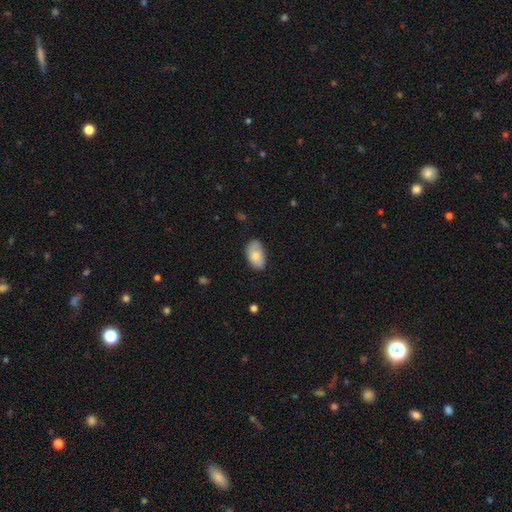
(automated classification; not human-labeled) Smooth or featured? Predicted: smooth (p=0.78). How rounded? Predicted: in between (p=0.93). Merging? Predicted: none (p=0.67).